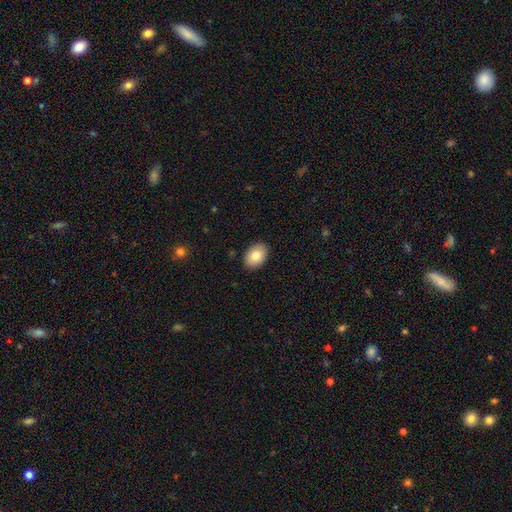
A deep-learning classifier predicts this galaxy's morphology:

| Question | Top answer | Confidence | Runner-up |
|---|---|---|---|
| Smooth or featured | smooth | 82% | featured or disk (11%) |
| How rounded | in between | 83% | round (16%) |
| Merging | none | 89% | minor disturbance (8%) |